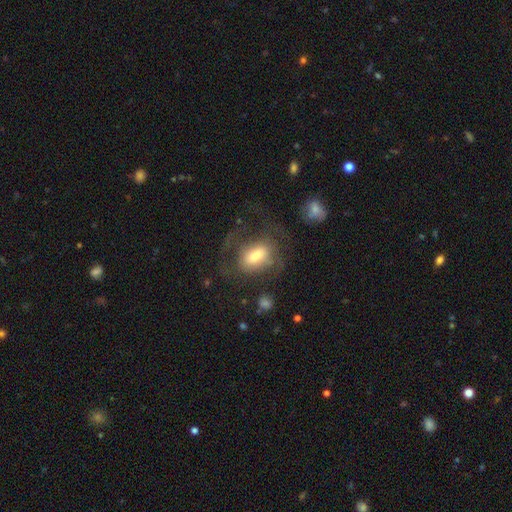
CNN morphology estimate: This is possibly a smooth galaxy (49%). Merging: marginally none (39%, tied with major disturbance).